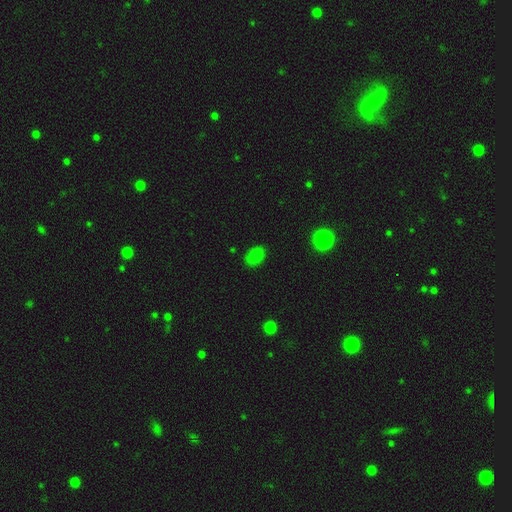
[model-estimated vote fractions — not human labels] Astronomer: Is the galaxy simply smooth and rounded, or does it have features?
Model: smooth — 80%.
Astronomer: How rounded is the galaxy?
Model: in between — 79%.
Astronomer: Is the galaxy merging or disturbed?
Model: none — 80%.